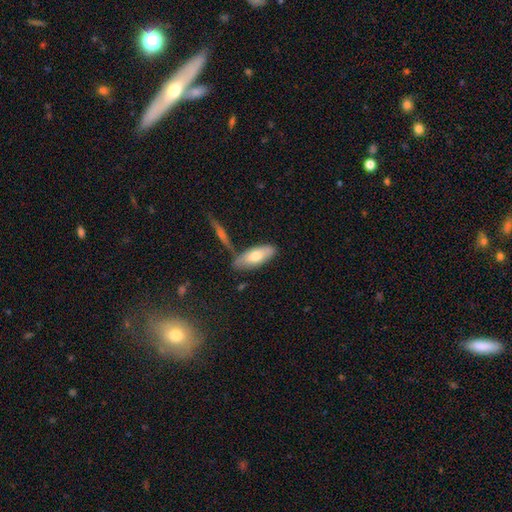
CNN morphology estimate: A smooth galaxy with no disk features (69%) that is in between round and cigar-shaped (77%).

Vote fractions:
- Smooth or featured? smooth: 69% / featured or disk: 26% / star or artifact: 6%
- How rounded? in between: 77% / cigar-shaped: 21% / round: 2%
- Merging? none: 68% / minor disturbance: 15% / merger: 13% / major disturbance: 4%